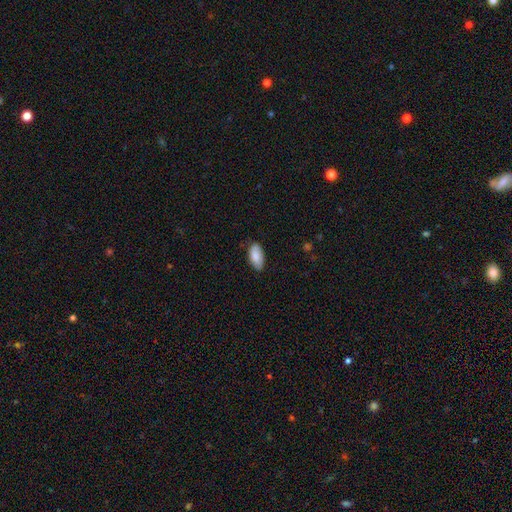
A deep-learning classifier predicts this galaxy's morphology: smooth 85%, featured or disk 9%, star or artifact 6%. Down the decision tree: how rounded — in between (93%); merging — none (81%).